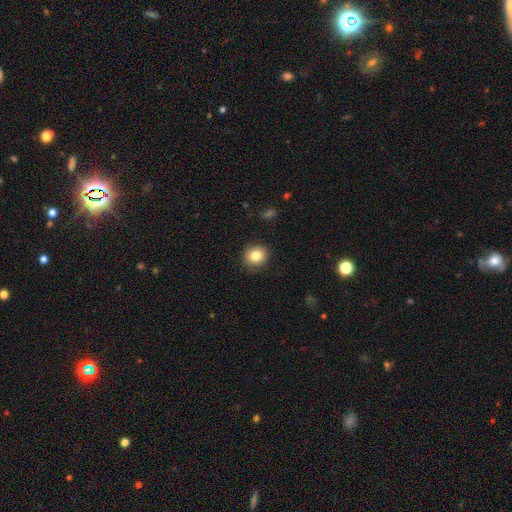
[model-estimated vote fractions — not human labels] Smooth or featured?
  - smooth: 83% *
  - star or artifact: 10%
  - featured or disk: 7%
How rounded?
  - round: 85% *
  - in between: 14%
  - cigar-shaped: 1%
Merging?
  - none: 88% *
  - minor disturbance: 9%
  - major disturbance: 2%
  - merger: 1%